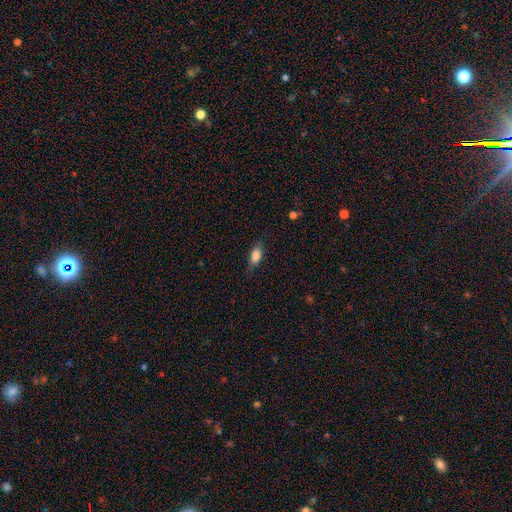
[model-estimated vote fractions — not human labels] Smooth or featured?
  - smooth: 80% *
  - featured or disk: 12%
  - star or artifact: 8%
How rounded?
  - in between: 81% *
  - cigar-shaped: 13%
  - round: 6%
Merging?
  - none: 73% *
  - minor disturbance: 20%
  - major disturbance: 5%
  - merger: 1%